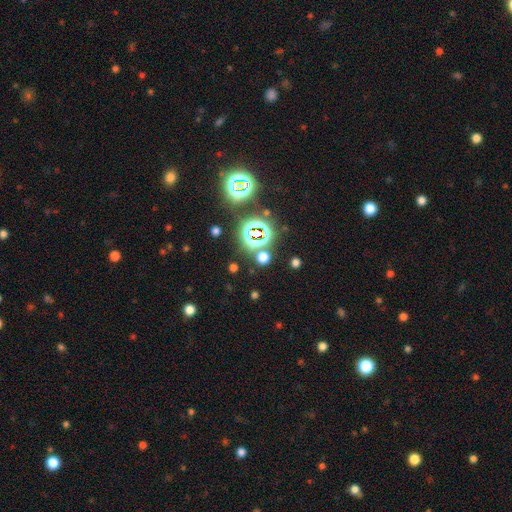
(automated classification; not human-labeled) smooth-or-featured: star or artifact: 81% | smooth: 12% | featured or disk: 7%